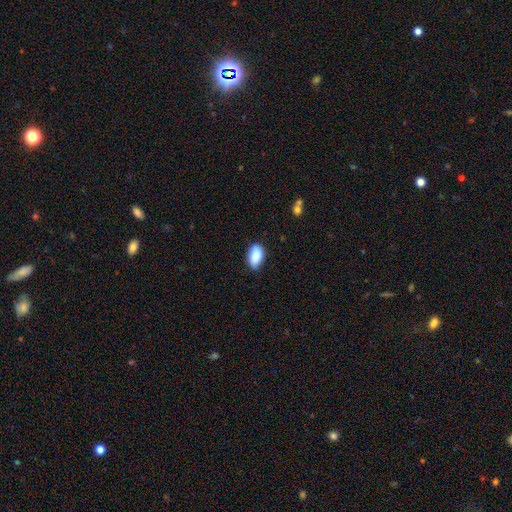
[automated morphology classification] Smooth or featured: smooth — 88% (star or artifact — 7%)
How rounded: in between — 92% (round — 5%)
Merging: none — 80% (minor disturbance — 16%)